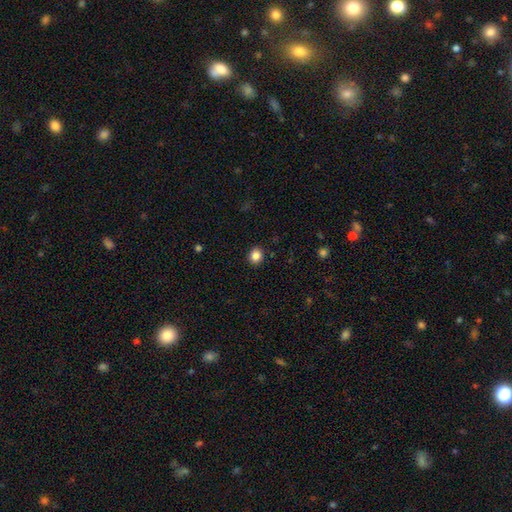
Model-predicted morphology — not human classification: type=smooth (85%); roundness=round (79%); merging=none (91%).